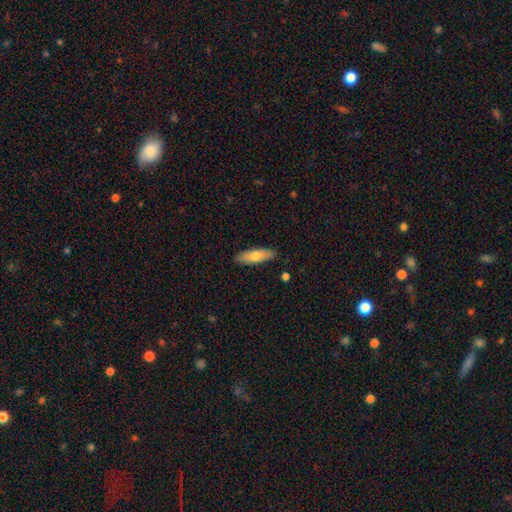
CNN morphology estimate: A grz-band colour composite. It shows a smooth galaxy with no disk features (74%) that is cigar-shaped (50%). Merging: none (88%).